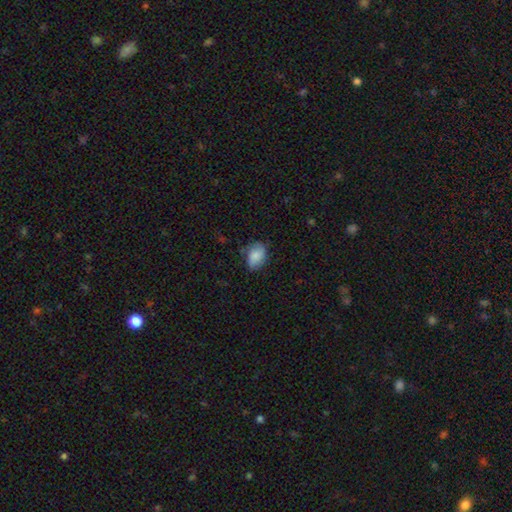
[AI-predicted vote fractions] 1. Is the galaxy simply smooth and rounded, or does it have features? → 83% smooth, 9% featured or disk, 7% star or artifact.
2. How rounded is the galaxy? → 77% in between, 22% round, 1% cigar-shaped.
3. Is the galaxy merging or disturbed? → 67% none, 25% minor disturbance, 6% major disturbance, 2% merger.